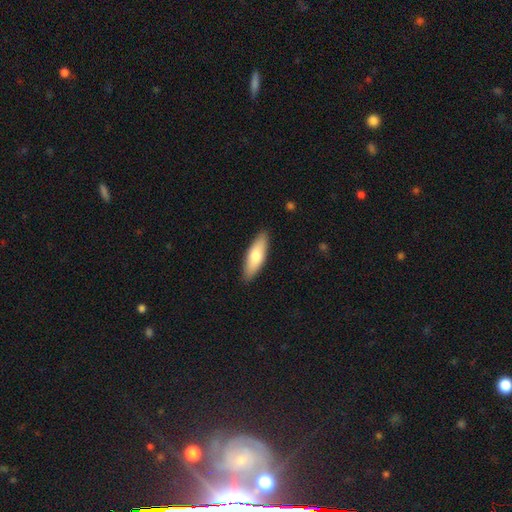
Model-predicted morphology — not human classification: This is likely a smooth galaxy (72%). How rounded: possibly in between (51%). Merging: clearly none (88%).